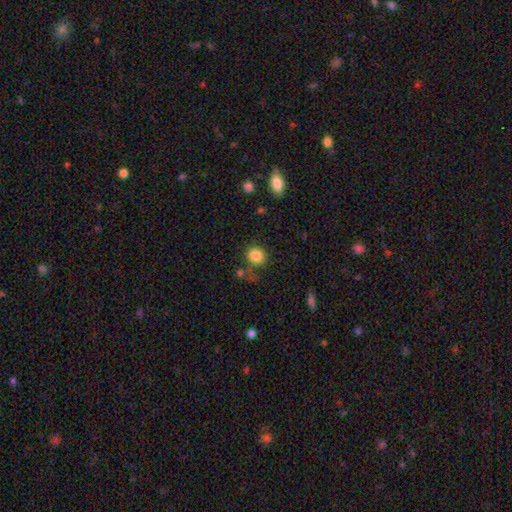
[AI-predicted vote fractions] Q: Smooth or featured?
A: smooth (85%); runner-up: star or artifact (10%)
Q: How rounded?
A: round (77%); runner-up: in between (22%)
Q: Merging?
A: none (74%); runner-up: minor disturbance (14%)